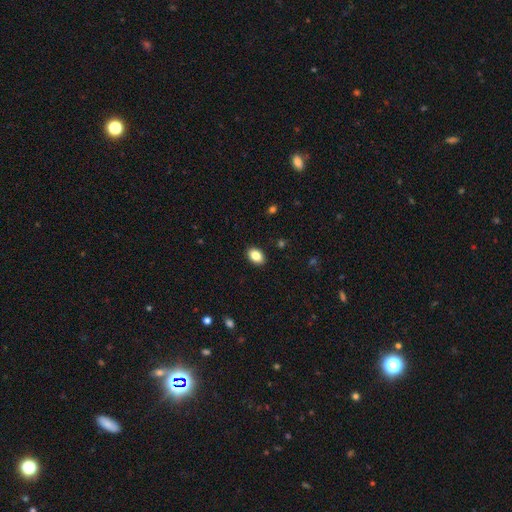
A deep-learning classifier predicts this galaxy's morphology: smooth_or_featured: smooth (p=0.86) [alt: star or artifact p=0.08]
how_rounded: in between (p=0.85) [alt: round p=0.14]
merging: none (p=0.90) [alt: minor disturbance p=0.07]